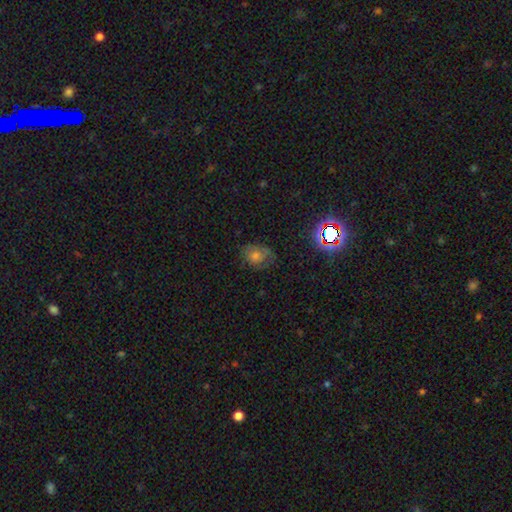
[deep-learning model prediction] Q: Smooth or featured?
A: smooth (51%); runner-up: star or artifact (27%)
Q: How rounded?
A: in between (53%); runner-up: round (45%)
Q: Merging?
A: none (65%); runner-up: minor disturbance (23%)